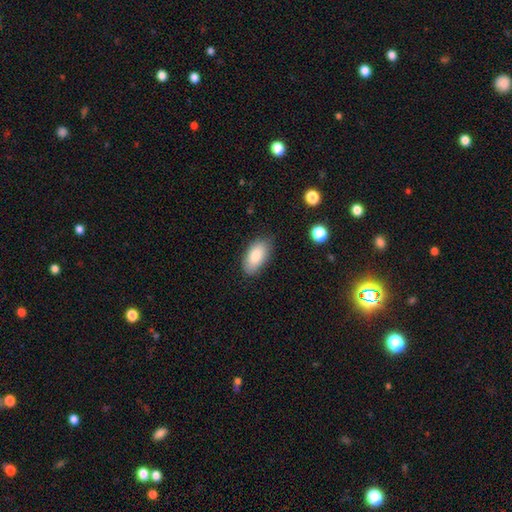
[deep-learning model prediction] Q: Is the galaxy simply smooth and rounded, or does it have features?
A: smooth — 86%.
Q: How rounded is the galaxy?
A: in between — 93%.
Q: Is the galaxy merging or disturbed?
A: none — 82%.